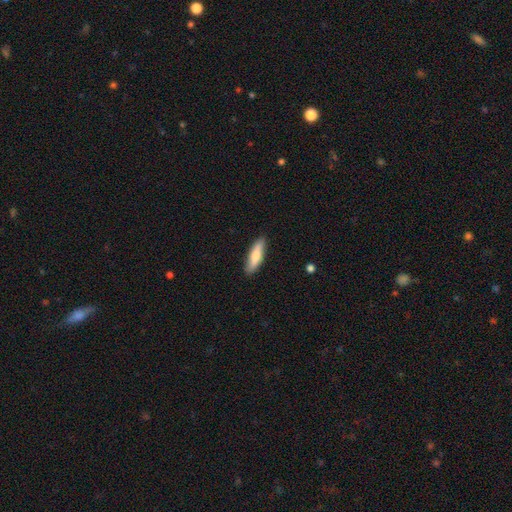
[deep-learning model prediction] smooth_or_featured: smooth (p=0.73) [alt: featured or disk p=0.21]
how_rounded: cigar-shaped (p=0.65) [alt: in between p=0.33]
merging: none (p=0.88) [alt: minor disturbance p=0.10]